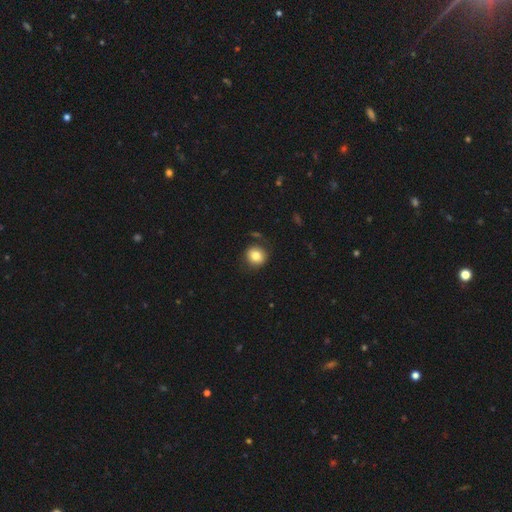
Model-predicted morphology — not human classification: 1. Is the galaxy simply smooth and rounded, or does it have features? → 82% smooth, 10% star or artifact, 9% featured or disk.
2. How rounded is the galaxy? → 88% round, 11% in between, 1% cigar-shaped.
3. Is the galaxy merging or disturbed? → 84% none, 10% minor disturbance, 3% major disturbance, 3% merger.